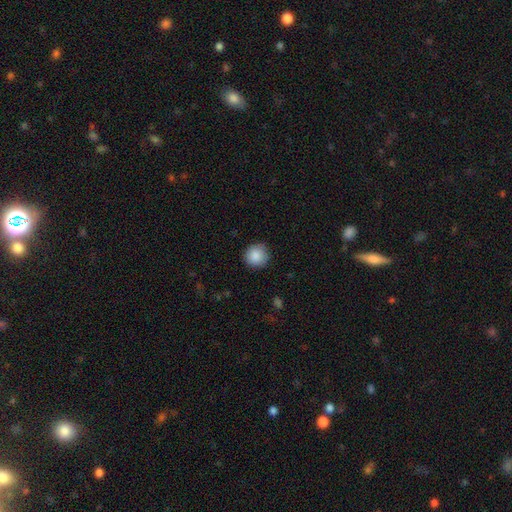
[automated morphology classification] Overall: smooth (88%). How rounded: round (94%). Merging: none (88%).